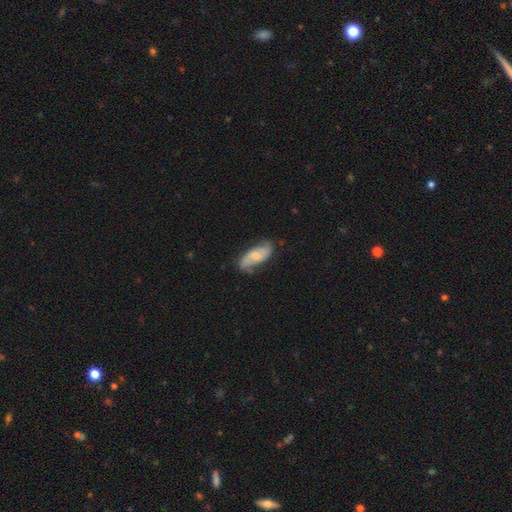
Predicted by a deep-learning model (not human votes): This appears to be a featured or disk galaxy (57%) with no bar (52%), spiral arms (88%) and a small central bulge (44%). Merging: none (68%).